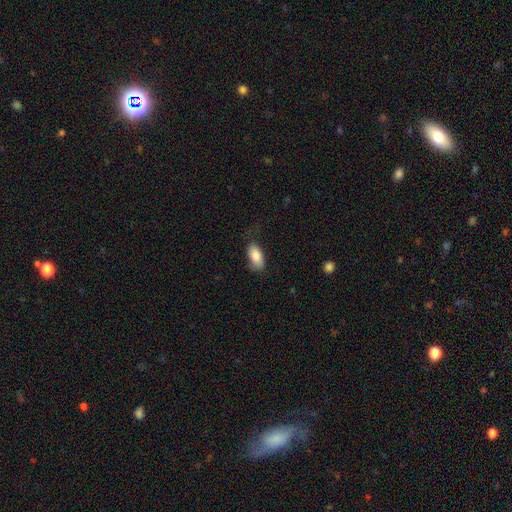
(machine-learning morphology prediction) A smooth galaxy with no disk features (85%) that is in between round and cigar-shaped (92%). Merging: none (67%).